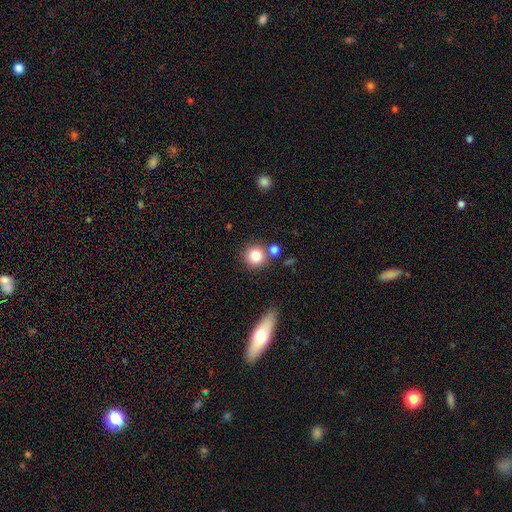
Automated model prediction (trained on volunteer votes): A smooth galaxy with no disk features (82%) that is round (91%). Merging: none (73%).